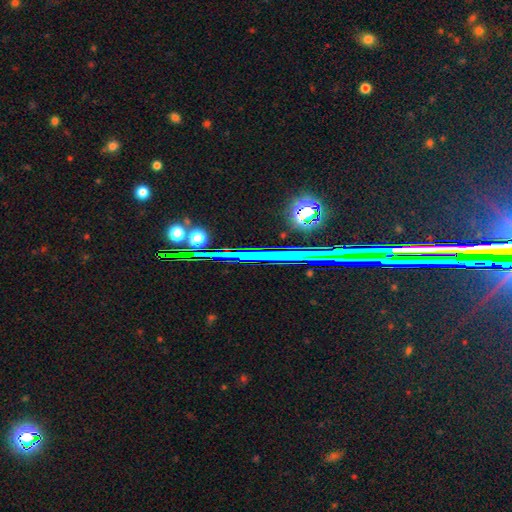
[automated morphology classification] The model was most divided on "smooth or featured": star or artifact: 81%, featured or disk: 11%, smooth: 9%.